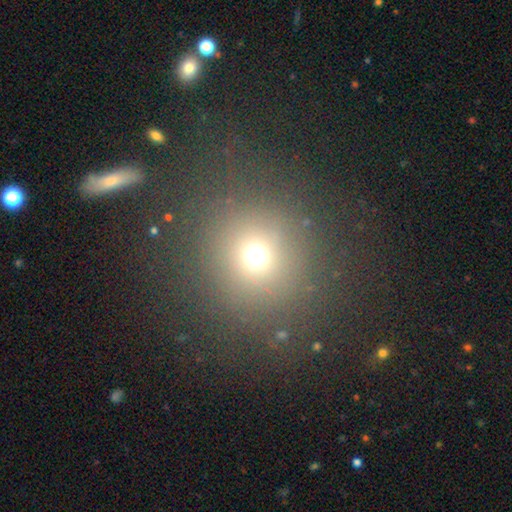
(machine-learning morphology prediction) smooth_or_featured: smooth (p=0.65) [alt: star or artifact p=0.26]
how_rounded: round (p=0.90) [alt: in between p=0.09]
merging: none (p=0.81) [alt: minor disturbance p=0.09]